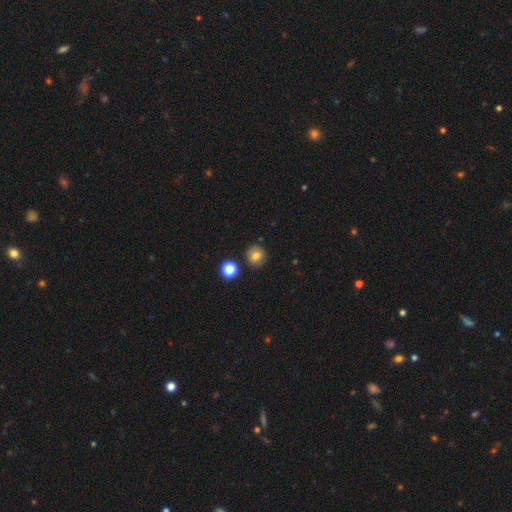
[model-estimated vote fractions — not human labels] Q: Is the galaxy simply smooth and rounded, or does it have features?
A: smooth — 77%.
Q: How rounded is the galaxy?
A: round — 90%.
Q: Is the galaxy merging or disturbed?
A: none — 86%.